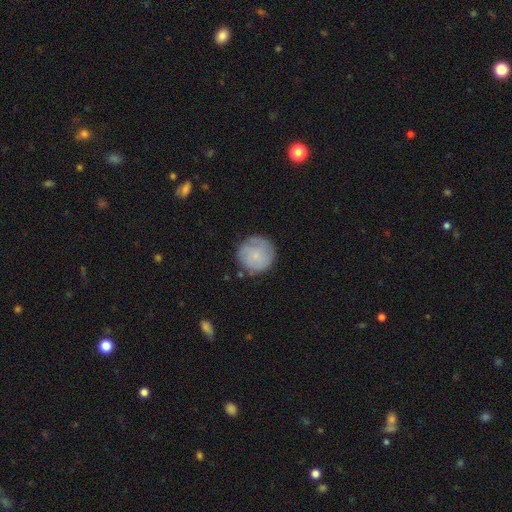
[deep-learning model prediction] smooth_or_featured: smooth (p=0.64) [alt: featured or disk p=0.29]
how_rounded: round (p=0.95) [alt: in between p=0.04]
merging: none (p=0.78) [alt: minor disturbance p=0.15]